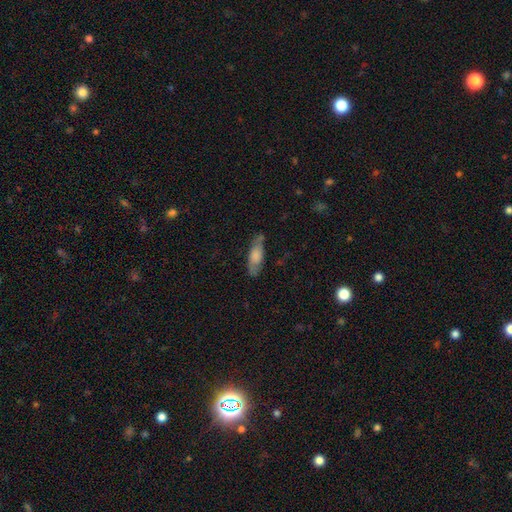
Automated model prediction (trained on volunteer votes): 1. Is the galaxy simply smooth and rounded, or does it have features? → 69% smooth, 24% featured or disk, 7% star or artifact.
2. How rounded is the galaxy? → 62% in between, 35% cigar-shaped, 2% round.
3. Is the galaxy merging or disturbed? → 66% none, 24% minor disturbance, 6% major disturbance, 3% merger.